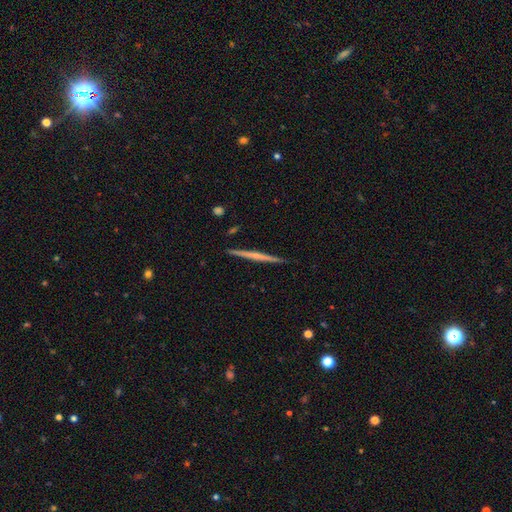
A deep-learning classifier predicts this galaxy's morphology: Smooth or featured? Predicted: featured or disk (p=0.64). Edge-on disk? Predicted: yes (p=0.98). Edge-on bulge? Predicted: none (p=0.63). Merging? Predicted: none (p=0.92).